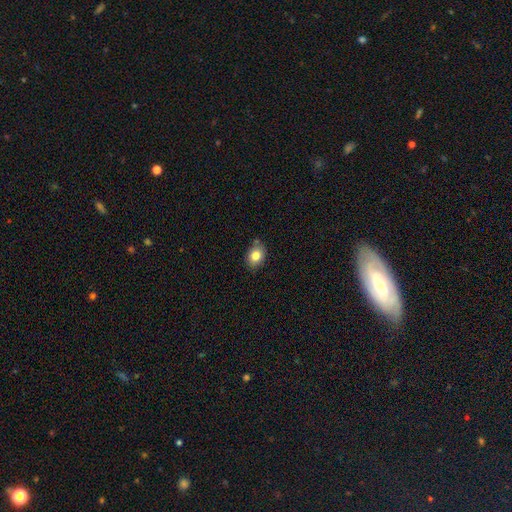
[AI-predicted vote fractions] smooth_or_featured: smooth (p=0.82) [alt: star or artifact p=0.09]
how_rounded: in between (p=0.57) [alt: round p=0.42]
merging: none (p=0.79) [alt: minor disturbance p=0.15]